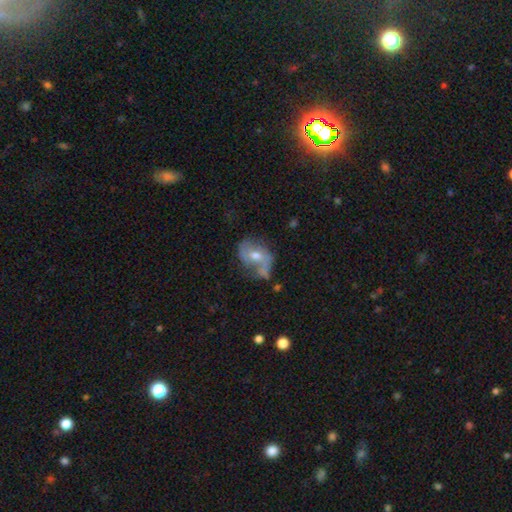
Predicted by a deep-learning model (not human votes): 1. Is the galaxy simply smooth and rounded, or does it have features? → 57% featured or disk, 35% smooth, 8% star or artifact.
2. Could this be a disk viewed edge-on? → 96% no, 4% yes.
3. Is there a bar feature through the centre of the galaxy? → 53% no, 35% weak, 12% strong.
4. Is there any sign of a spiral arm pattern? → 67% yes, 33% no.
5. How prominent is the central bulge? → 69% moderate, 23% small, 5% large, 2% none, 1% dominant.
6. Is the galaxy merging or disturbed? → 44% none, 28% minor disturbance, 17% major disturbance, 11% merger.